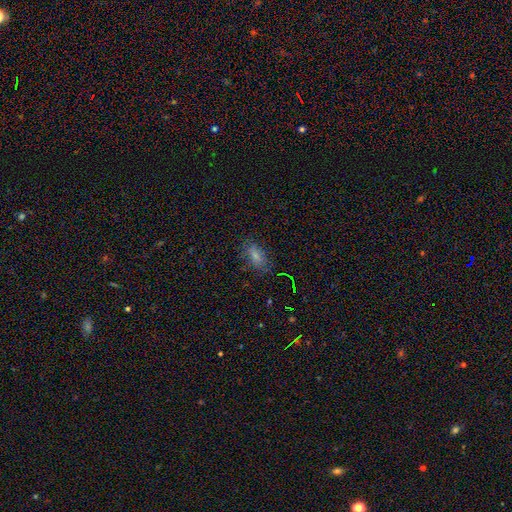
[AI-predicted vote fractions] Smooth or featured? smooth (71%)
How rounded? in between (85%)
Merging? none (74%)